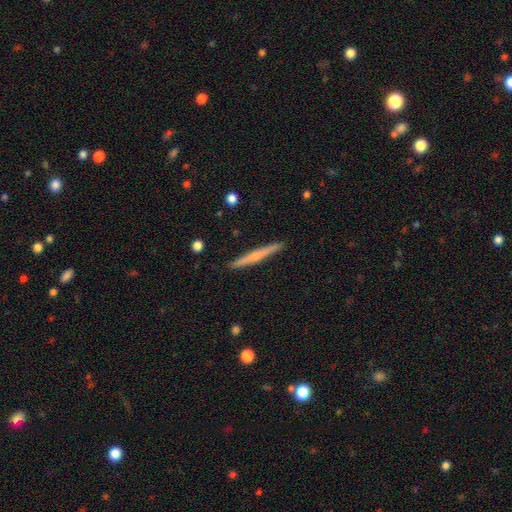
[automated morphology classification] featured or disk 54%, smooth 40%, star or artifact 6%. Down the decision tree: edge-on disk — yes (98%); edge-on bulge — rounded (51%); merging — none (92%).